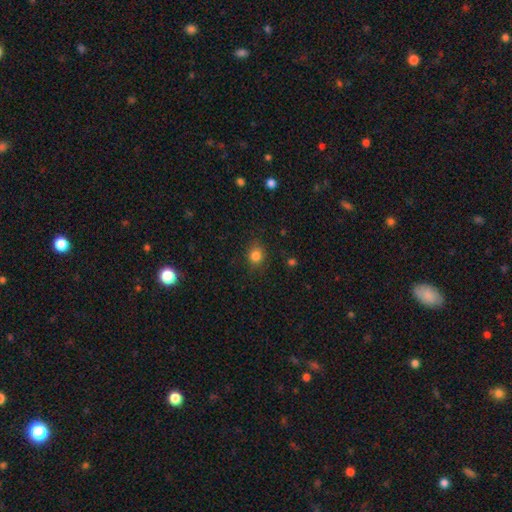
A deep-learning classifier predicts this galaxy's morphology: Smooth or featured?
  - smooth: 83% *
  - star or artifact: 12%
  - featured or disk: 5%
How rounded?
  - round: 70% *
  - in between: 29%
  - cigar-shaped: 1%
Merging?
  - none: 81% *
  - minor disturbance: 14%
  - major disturbance: 4%
  - merger: 1%